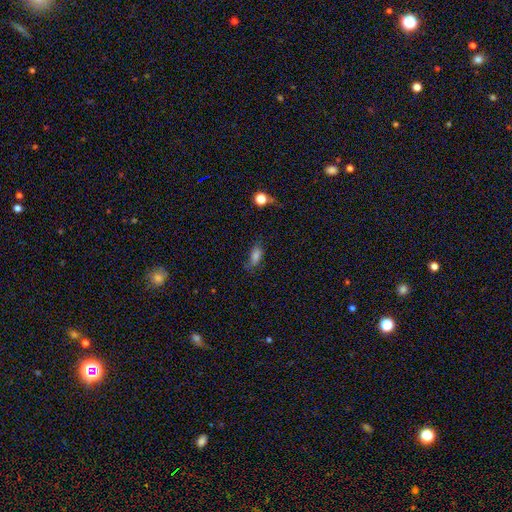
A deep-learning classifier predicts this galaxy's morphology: smooth_or_featured: smooth (p=0.70) [alt: featured or disk p=0.16]
how_rounded: in between (p=0.77) [alt: cigar-shaped p=0.16]
merging: none (p=0.58) [alt: minor disturbance p=0.27]